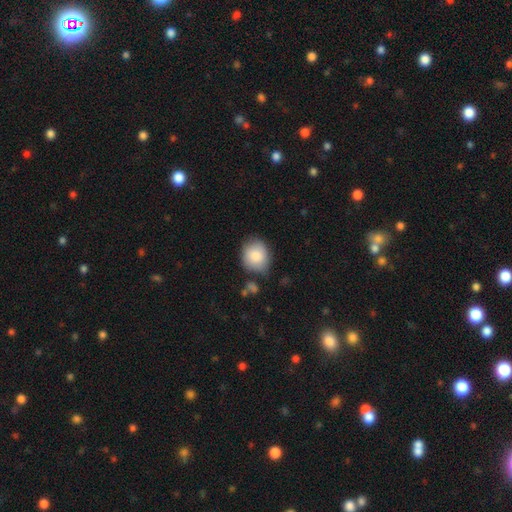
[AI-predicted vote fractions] Overall: smooth (85%). How rounded: round (66%; in between 33%). Merging: none (70%).